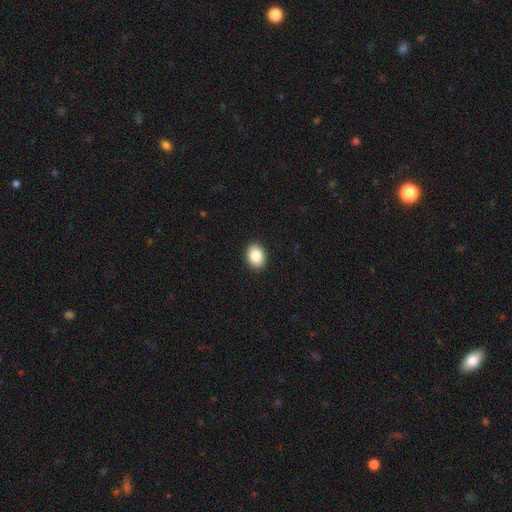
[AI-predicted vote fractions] Smooth or featured: smooth — 86% (star or artifact — 8%)
How rounded: in between — 71% (round — 28%)
Merging: none — 91% (minor disturbance — 6%)